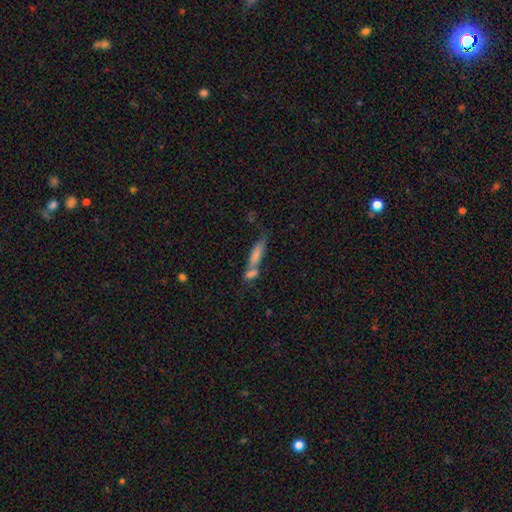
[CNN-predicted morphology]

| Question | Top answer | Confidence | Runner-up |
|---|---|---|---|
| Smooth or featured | smooth | 73% | featured or disk (18%) |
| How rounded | cigar-shaped | 63% | in between (34%) |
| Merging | merger | 54% | none (29%) |